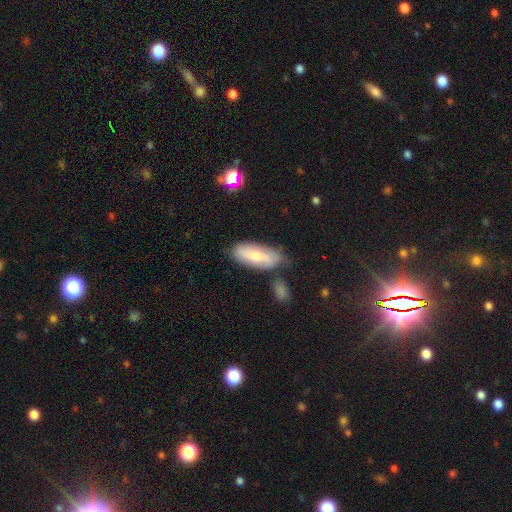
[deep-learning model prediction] The model was most divided on "smooth or featured": featured or disk: 48%, smooth: 45%, star or artifact: 7%. More confident: merging — none (69%).